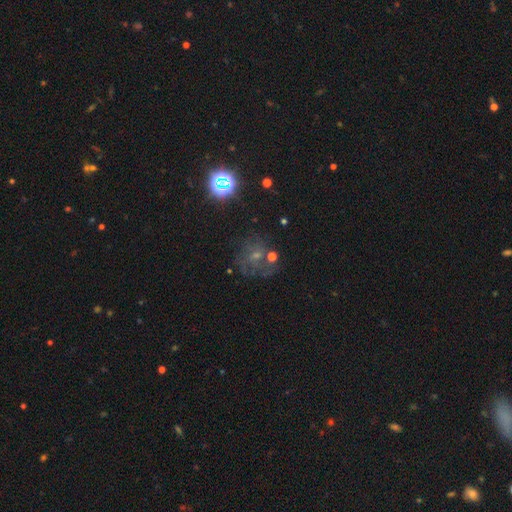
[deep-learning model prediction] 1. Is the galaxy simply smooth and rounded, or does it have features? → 40% featured or disk, 34% star or artifact, 26% smooth.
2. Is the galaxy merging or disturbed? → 55% none, 19% major disturbance, 18% minor disturbance, 8% merger.